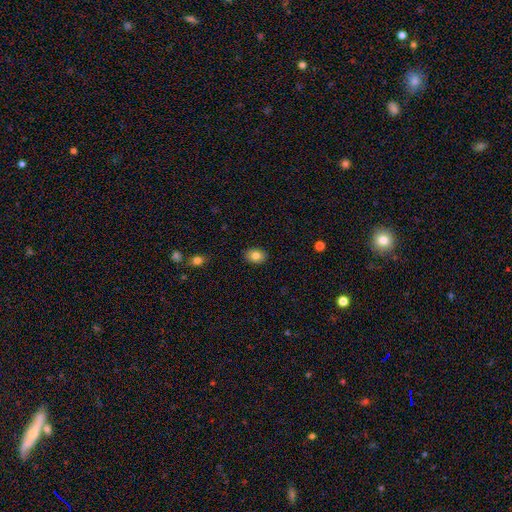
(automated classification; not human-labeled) smooth 81%, featured or disk 10%, star or artifact 9%. Down the decision tree: how rounded — in between (68%); merging — none (89%).